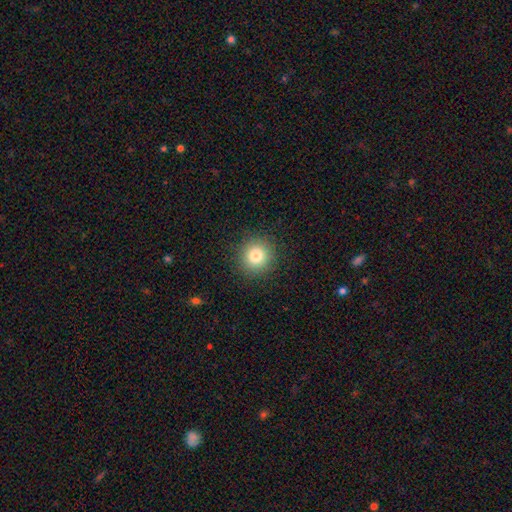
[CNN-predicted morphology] type=smooth (81%); roundness=round (92%); merging=none (91%).